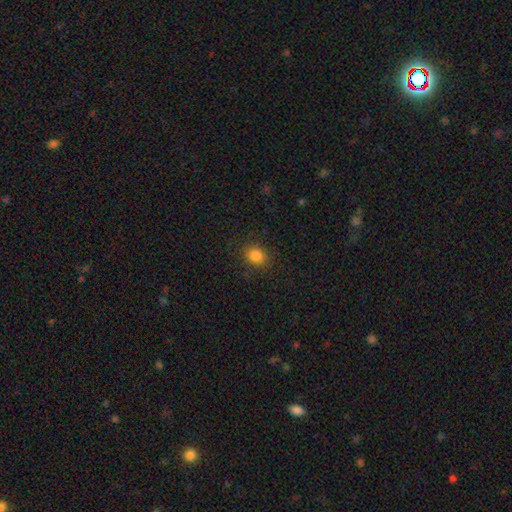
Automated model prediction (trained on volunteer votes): Overall: smooth (84%). How rounded: round (67%; in between 32%). Merging: none (87%).